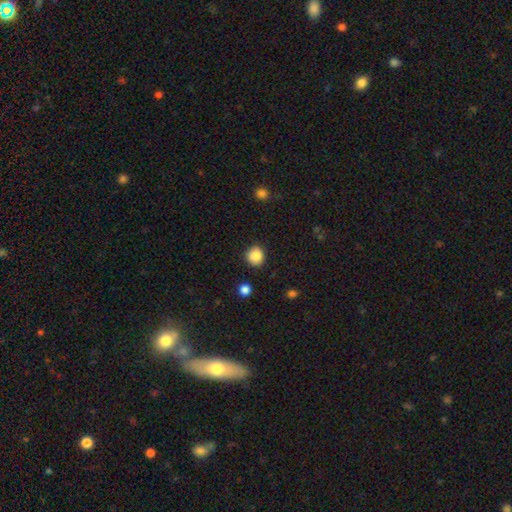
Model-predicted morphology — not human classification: The model was most divided on "how rounded": round: 84%, in between: 15%, cigar-shaped: 1%. More confident: smooth or featured — smooth (87%); merging — none (86%).